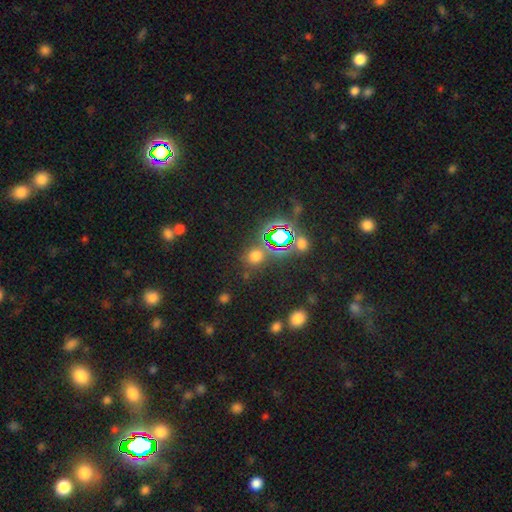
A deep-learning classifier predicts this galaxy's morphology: Q: Smooth or featured?
A: smooth (54%); runner-up: star or artifact (38%)
Q: How rounded?
A: round (80%); runner-up: in between (18%)
Q: Merging?
A: none (76%); runner-up: minor disturbance (11%)